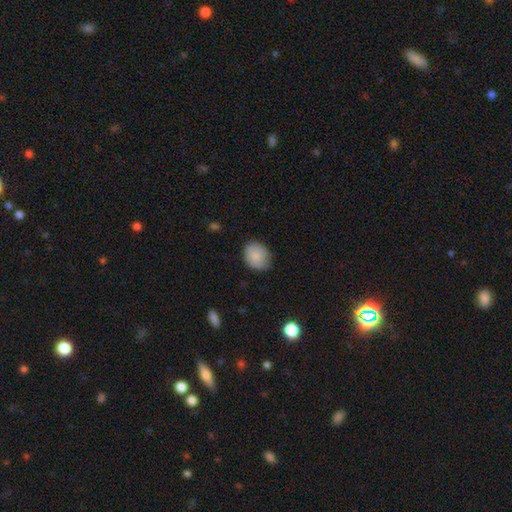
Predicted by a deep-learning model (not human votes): smooth_or_featured: smooth (p=0.86) [alt: featured or disk p=0.07]
how_rounded: in between (p=0.54) [alt: round p=0.45]
merging: none (p=0.77) [alt: minor disturbance p=0.19]